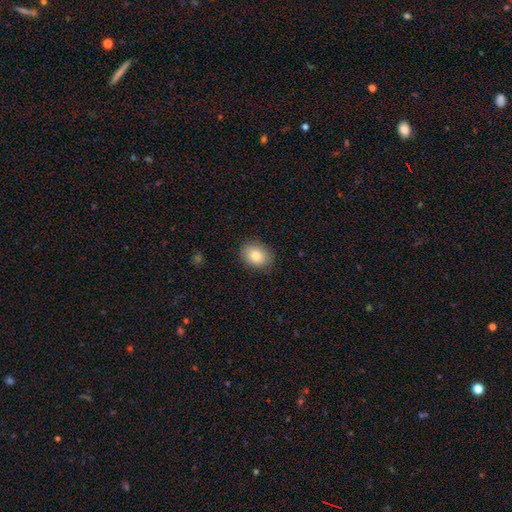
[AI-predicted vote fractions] Smooth or featured?
  - smooth: 82% *
  - featured or disk: 9%
  - star or artifact: 8%
How rounded?
  - in between: 57% *
  - round: 42%
  - cigar-shaped: 1%
Merging?
  - none: 86% *
  - minor disturbance: 11%
  - major disturbance: 3%
  - merger: 1%